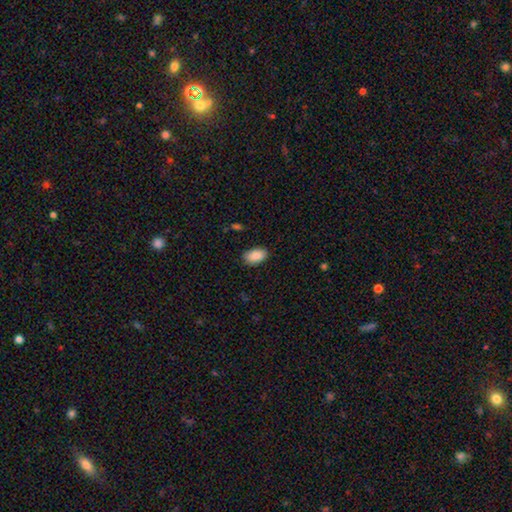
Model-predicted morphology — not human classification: Smooth or featured: smooth — 90% (star or artifact — 7%)
How rounded: in between — 92% (round — 6%)
Merging: none — 86% (minor disturbance — 10%)